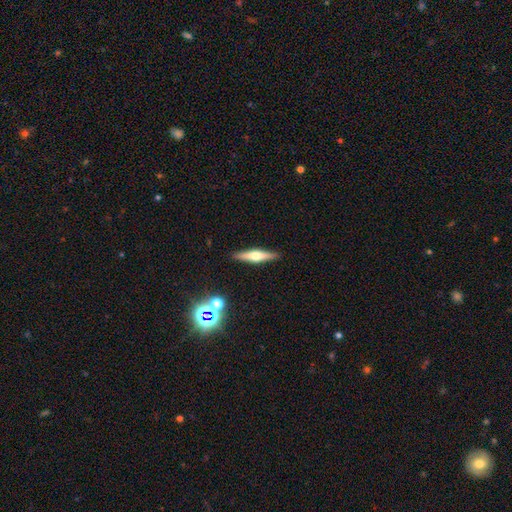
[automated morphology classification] smooth-or-featured: featured or disk: 62% | smooth: 31% | star or artifact: 7%
  disk-edge-on: yes: 96% | no: 4%
    edge-on-bulge: rounded: 91% | boxy: 6% | none: 3%
  merging: none: 90% | minor disturbance: 7% | major disturbance: 2% | merger: 1%